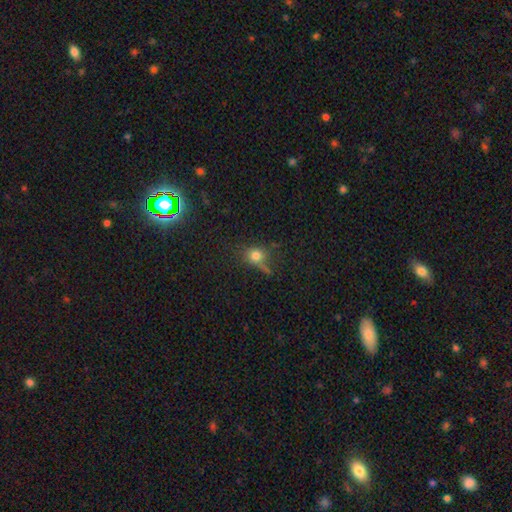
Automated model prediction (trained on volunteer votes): Smooth or featured? Predicted: smooth (p=0.66). How rounded? Predicted: round (p=0.69). Merging? Predicted: none (p=0.57).